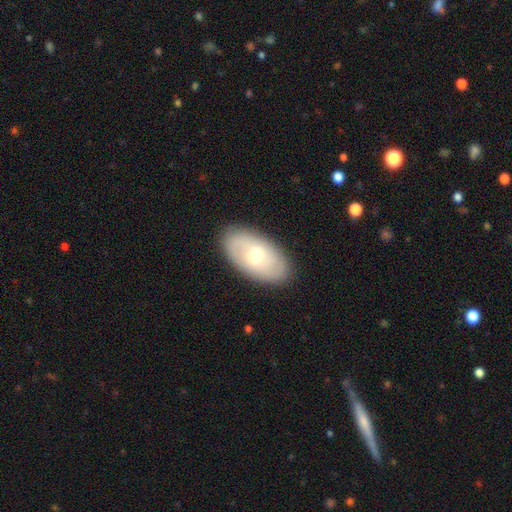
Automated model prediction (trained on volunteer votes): smooth 52%, featured or disk 41%, star or artifact 7%. Down the decision tree: how rounded — in between (93%); merging — none (87%).